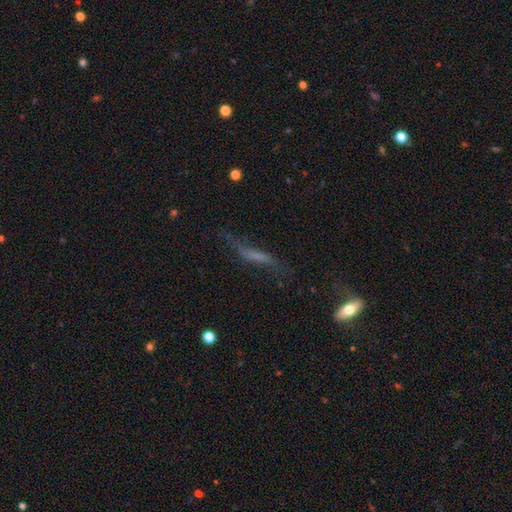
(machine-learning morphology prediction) A featured or disk galaxy (50%) viewed edge-on (53%). Merging: none (52%).